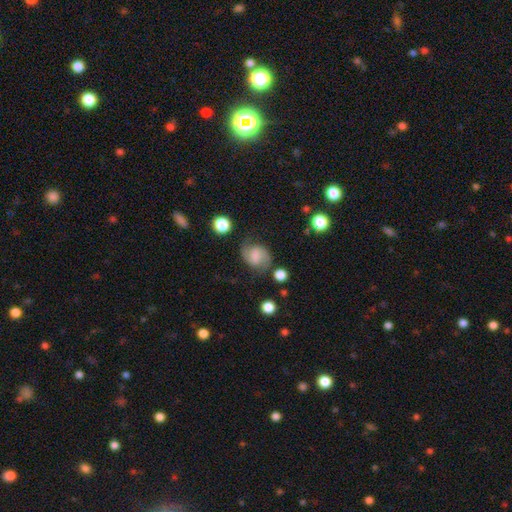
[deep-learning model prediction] smooth-or-featured: featured or disk: 63% | smooth: 28% | star or artifact: 9%
  disk-edge-on: no: 98% | yes: 2%
    bar: weak: 49% | no: 37% | strong: 14%
    has-spiral-arms: yes: 93% | no: 7%
      spiral-winding: medium: 50% | loose: 32% | tight: 18%
      spiral-arm-count: 2: 91% | can't tell: 4% | 1: 2% | 3: 1% | 4: 1% | more than 4: 1%
    bulge-size: none: 33% | moderate: 27% | small: 26% | large: 11% | dominant: 3%
  merging: none: 71% | minor disturbance: 19% | major disturbance: 7% | merger: 3%